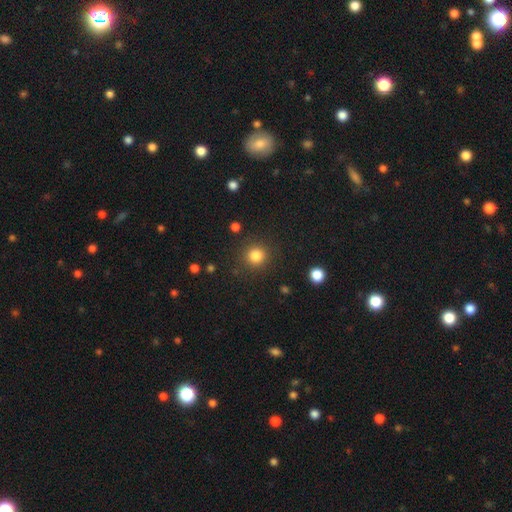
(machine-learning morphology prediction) This is clearly a smooth galaxy (83%). How rounded: clearly round (93%). Merging: clearly none (88%).